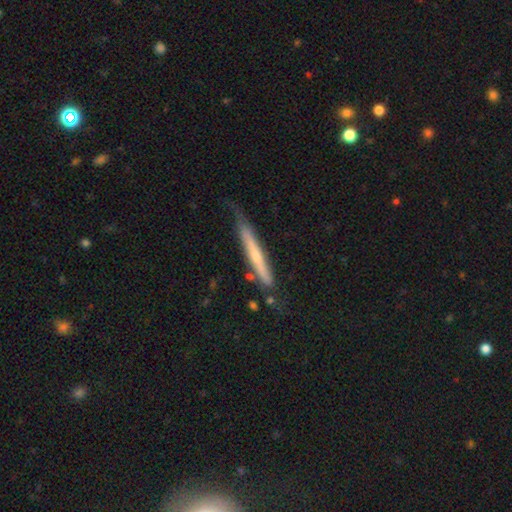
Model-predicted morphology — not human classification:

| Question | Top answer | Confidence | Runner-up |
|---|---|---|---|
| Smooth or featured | featured or disk | 55% | smooth (39%) |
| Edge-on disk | yes | 92% | no (8%) |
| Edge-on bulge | rounded | 51% | none (44%) |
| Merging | none | 59% | minor disturbance (29%) |